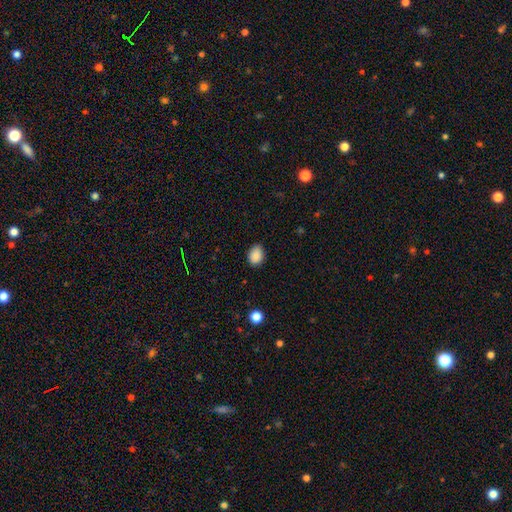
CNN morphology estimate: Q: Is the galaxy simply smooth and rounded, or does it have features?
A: smooth — 88%.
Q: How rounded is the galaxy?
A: in between — 71%.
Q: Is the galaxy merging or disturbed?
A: none — 82%.